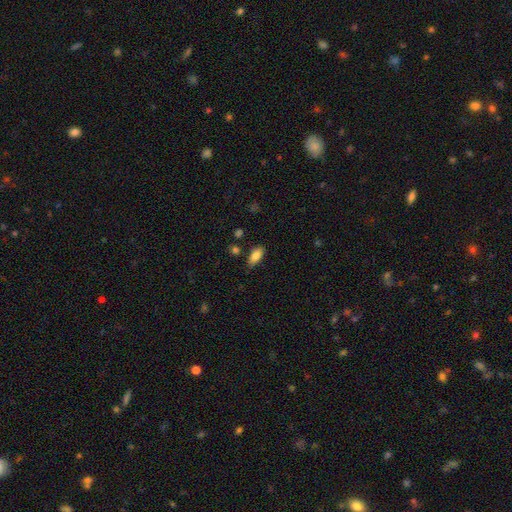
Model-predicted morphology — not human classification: Q: Smooth or featured?
A: smooth (85%); runner-up: star or artifact (8%)
Q: How rounded?
A: in between (87%); runner-up: cigar-shaped (10%)
Q: Merging?
A: none (75%); runner-up: minor disturbance (18%)